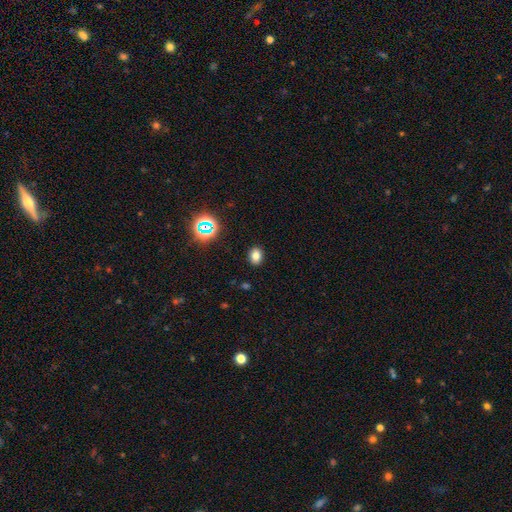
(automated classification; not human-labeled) smooth_or_featured: smooth (p=0.76) [alt: star or artifact p=0.17]
how_rounded: in between (p=0.62) [alt: round p=0.37]
merging: none (p=0.89) [alt: minor disturbance p=0.08]